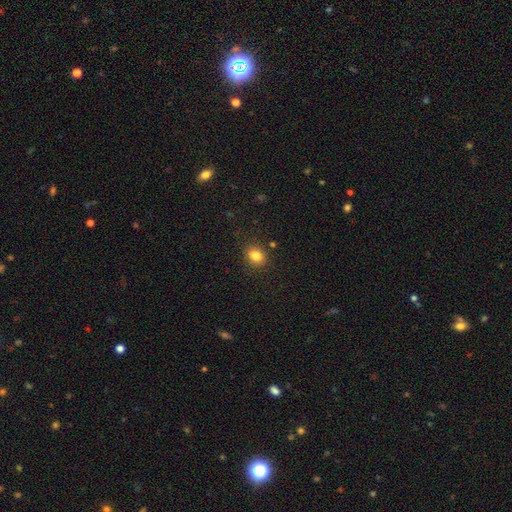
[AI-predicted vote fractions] A smooth galaxy with no disk features (83%) that is round (54%). Merging: none (86%).